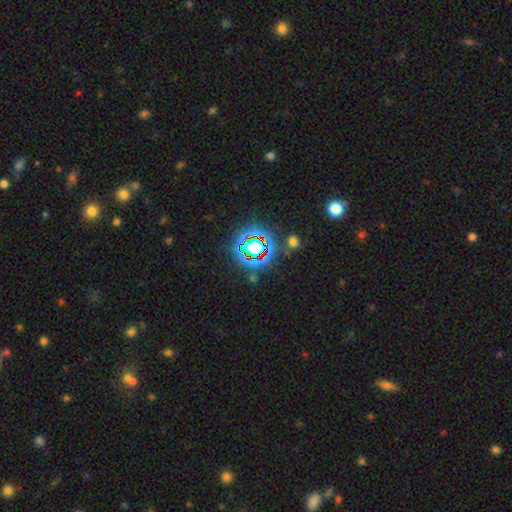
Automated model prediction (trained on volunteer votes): The model was most divided on "smooth or featured": star or artifact: 78%, smooth: 13%, featured or disk: 8%.